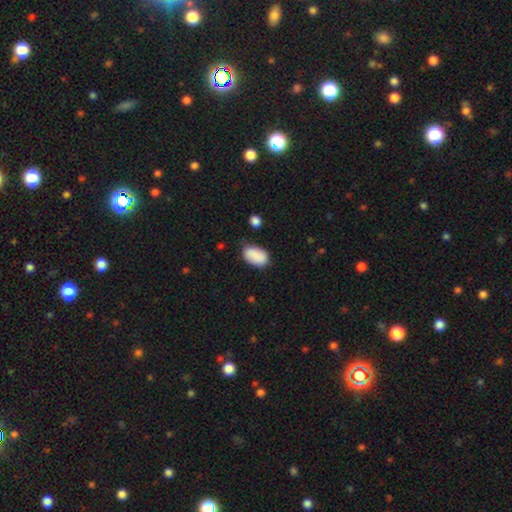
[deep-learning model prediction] smooth_or_featured: smooth (p=0.89) [alt: star or artifact p=0.07]
how_rounded: in between (p=0.92) [alt: round p=0.07]
merging: none (p=0.75) [alt: minor disturbance p=0.18]